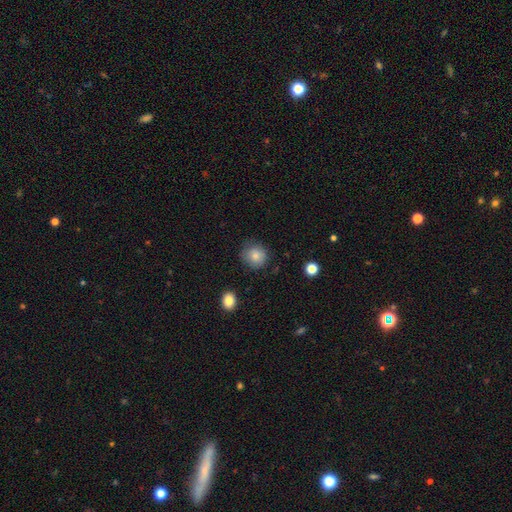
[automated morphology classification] smooth_or_featured: smooth (p=0.82) [alt: star or artifact p=0.10]
how_rounded: round (p=0.87) [alt: in between p=0.12]
merging: none (p=0.78) [alt: minor disturbance p=0.16]